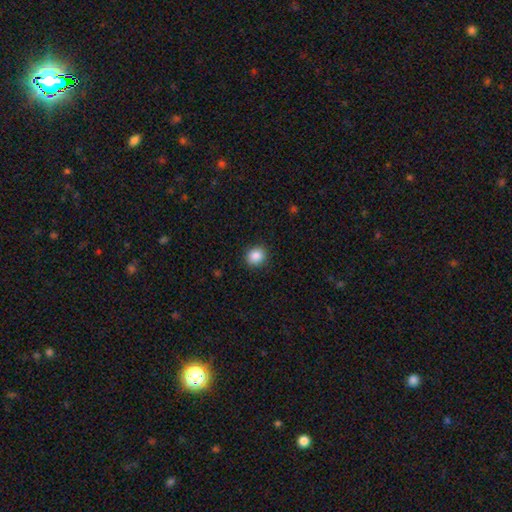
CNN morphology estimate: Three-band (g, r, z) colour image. It shows a smooth galaxy with no disk features (87%) that is round (78%). Merging: none (89%).